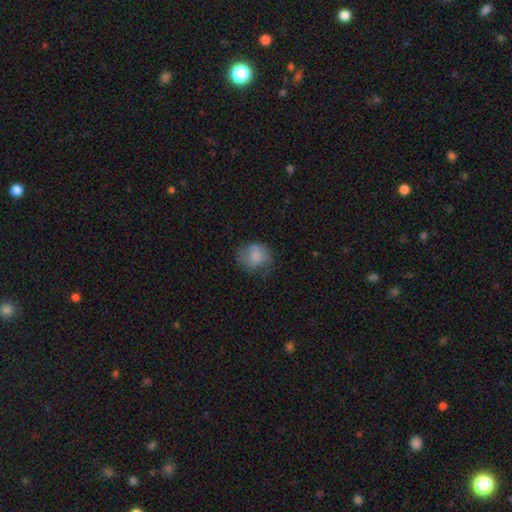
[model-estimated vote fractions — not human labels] Q: Smooth or featured?
A: smooth (76%); runner-up: featured or disk (14%)
Q: How rounded?
A: round (67%); runner-up: in between (32%)
Q: Merging?
A: none (57%); runner-up: minor disturbance (27%)